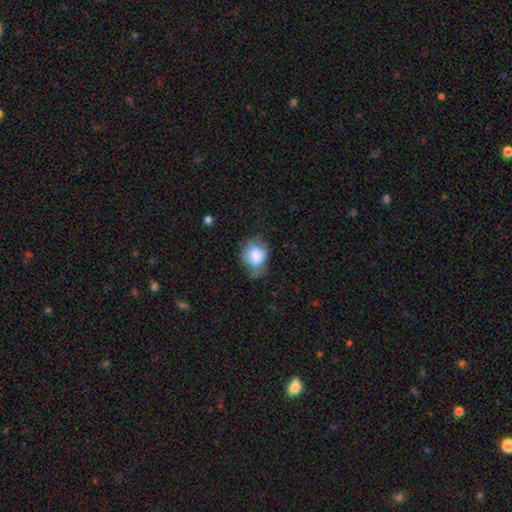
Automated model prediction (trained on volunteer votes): smooth-or-featured: smooth: 79% | featured or disk: 14% | star or artifact: 8%
  how-rounded: round: 54% | in between: 45% | cigar-shaped: 1%
  merging: minor disturbance: 39% (tied) | none: 39% (tied) | major disturbance: 18% | merger: 3%